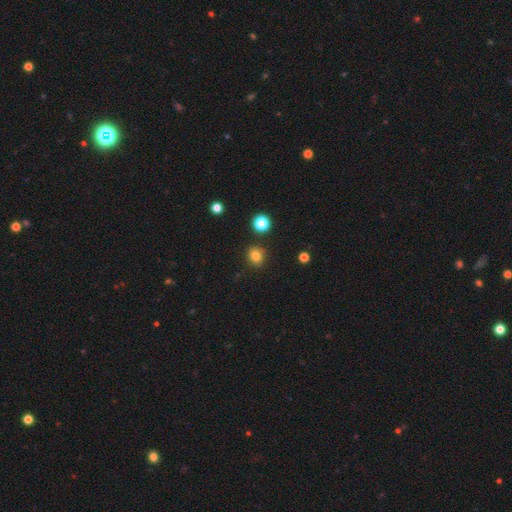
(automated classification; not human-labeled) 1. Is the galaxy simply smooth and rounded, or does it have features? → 81% smooth, 14% star or artifact, 6% featured or disk.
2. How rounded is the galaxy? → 71% round, 28% in between, 1% cigar-shaped.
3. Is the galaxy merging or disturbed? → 84% none, 10% minor disturbance, 3% merger, 3% major disturbance.